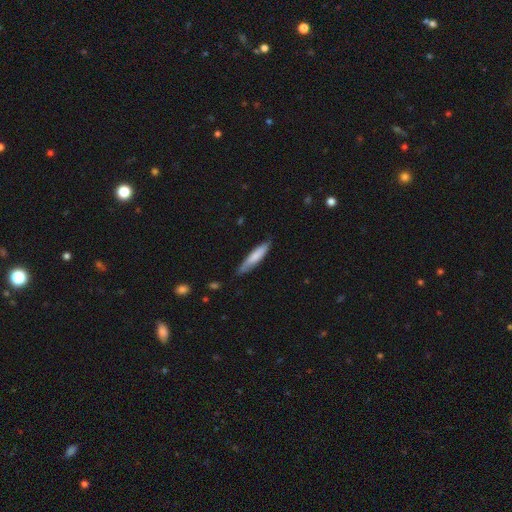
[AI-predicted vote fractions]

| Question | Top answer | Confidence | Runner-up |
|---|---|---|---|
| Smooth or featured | smooth | 71% | featured or disk (24%) |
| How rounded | cigar-shaped | 85% | in between (13%) |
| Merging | none | 79% | minor disturbance (17%) |